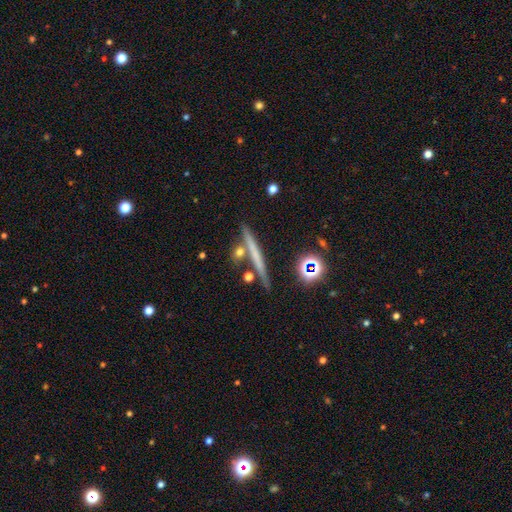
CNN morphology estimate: This appears to be a smooth galaxy with no disk features (46%). Merging: none (78%).